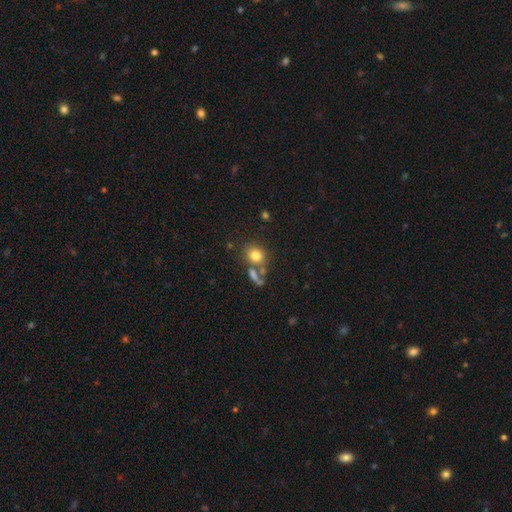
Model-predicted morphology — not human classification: Overall: smooth (78%). How rounded: round (73%). Merging: none (63%).